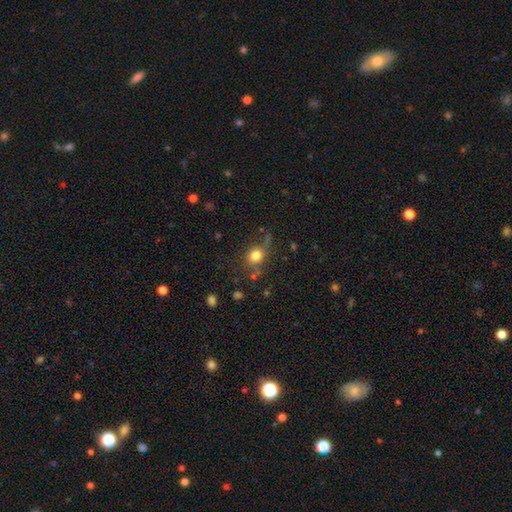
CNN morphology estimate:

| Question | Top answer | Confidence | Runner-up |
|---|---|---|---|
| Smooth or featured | smooth | 78% | star or artifact (13%) |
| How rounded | round | 78% | in between (21%) |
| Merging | none | 68% | minor disturbance (18%) |